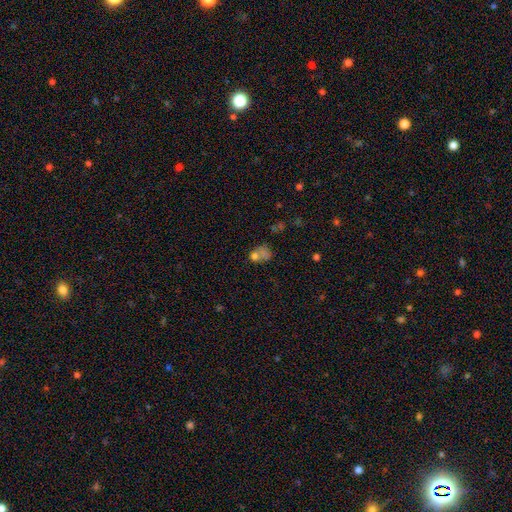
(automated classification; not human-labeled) Overall: smooth (66%). How rounded: round (58%; in between 41%). Merging: merger (39%; none 33%).